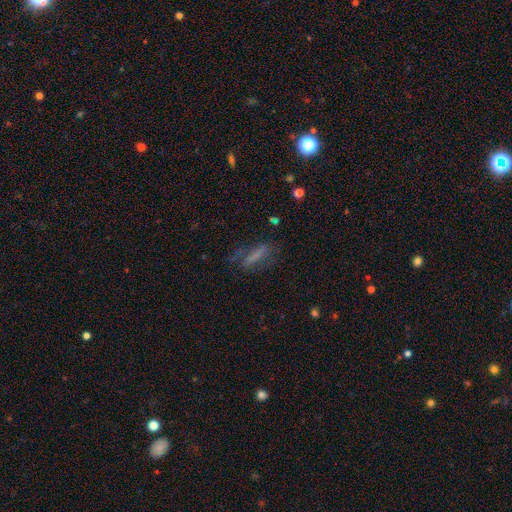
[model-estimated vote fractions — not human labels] This is possibly a smooth galaxy (54%). How rounded: likely cigar-shaped (71%). Merging: possibly none (57%).